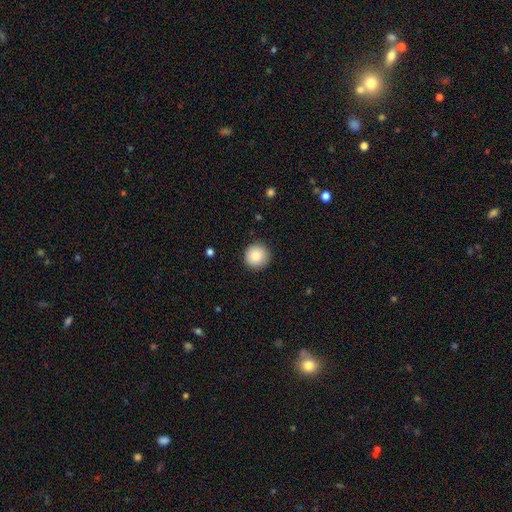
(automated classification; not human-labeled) Morphology: type=smooth (86%); roundness=round (95%); merging=none (91%).